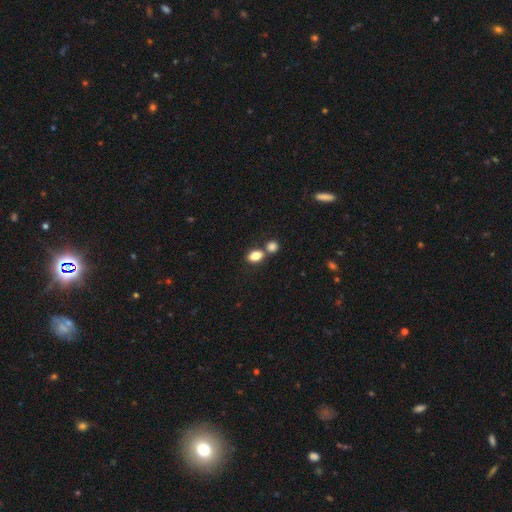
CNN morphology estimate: This is clearly a smooth galaxy (83%). How rounded: likely in between (80%). Merging: possibly none (54%).